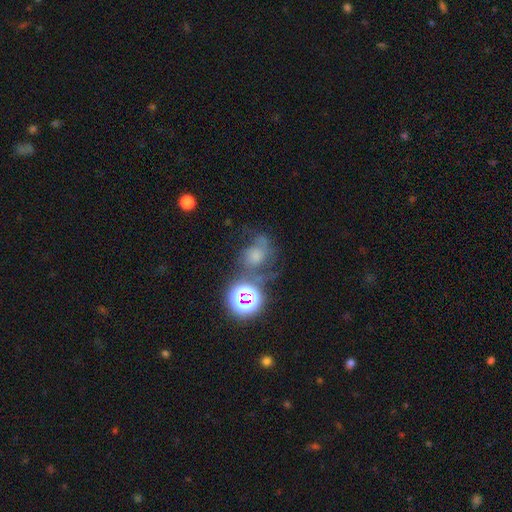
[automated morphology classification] smooth-or-featured: smooth: 44% | featured or disk: 31% | star or artifact: 25%
  merging: none: 38% | major disturbance: 24% | minor disturbance: 21% | merger: 17%